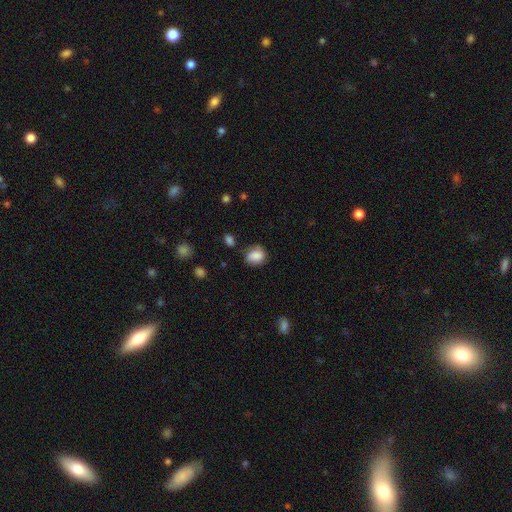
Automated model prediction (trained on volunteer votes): Smooth or featured?
  - smooth: 84% *
  - star or artifact: 8%
  - featured or disk: 8%
How rounded?
  - round: 49% * (tied)
  - in between: 49% * (tied)
  - cigar-shaped: 1%
Merging?
  - none: 68% *
  - minor disturbance: 23%
  - major disturbance: 6%
  - merger: 3%